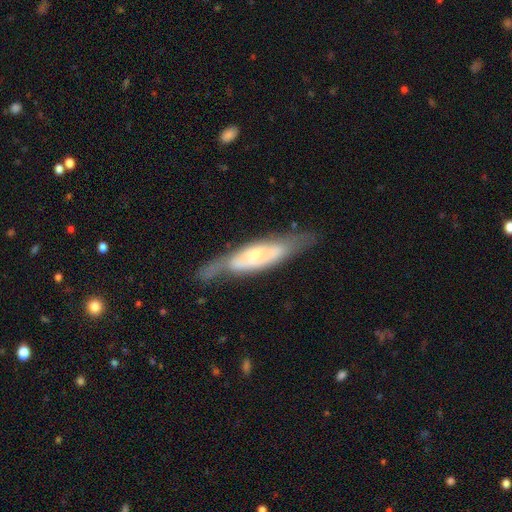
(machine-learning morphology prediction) Smooth or featured? Predicted: featured or disk (p=0.65). Edge-on disk? Predicted: no (p=0.52). Merging? Predicted: none (p=0.65).